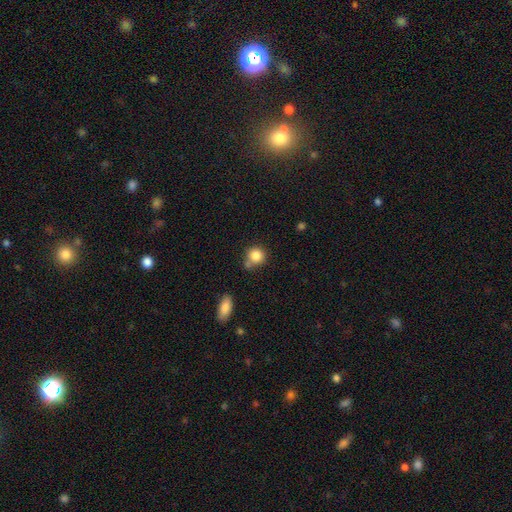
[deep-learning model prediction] Smooth or featured? Predicted: smooth (p=0.83). How rounded? Predicted: round (p=0.86). Merging? Predicted: none (p=0.60).